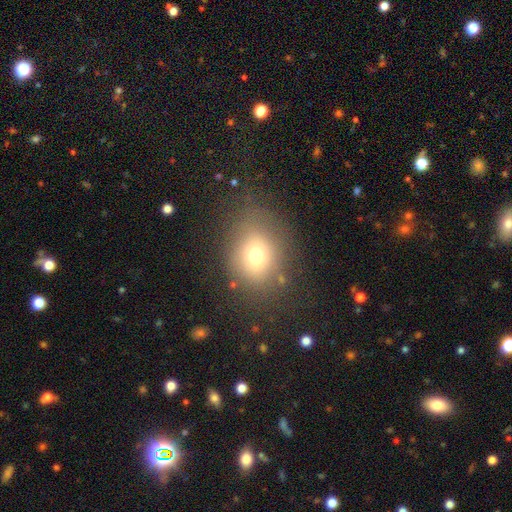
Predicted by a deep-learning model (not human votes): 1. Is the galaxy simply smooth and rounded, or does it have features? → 69% smooth, 16% star or artifact, 15% featured or disk.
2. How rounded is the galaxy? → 58% round, 41% in between, 1% cigar-shaped.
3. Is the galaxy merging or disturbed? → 67% none, 19% minor disturbance, 12% major disturbance, 3% merger.